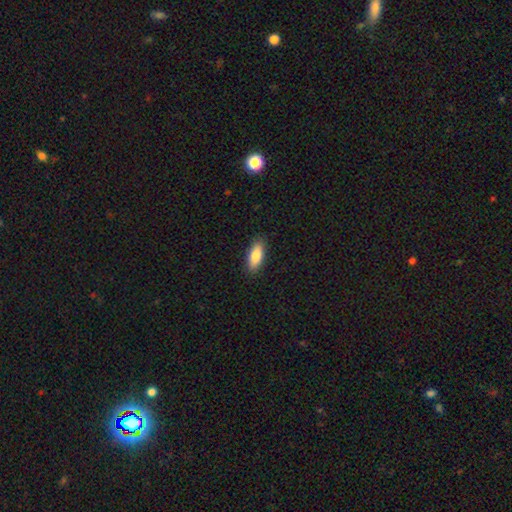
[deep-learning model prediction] This appears to be a smooth galaxy with no disk features (82%) that is in between round and cigar-shaped (73%). Merging: none (88%).